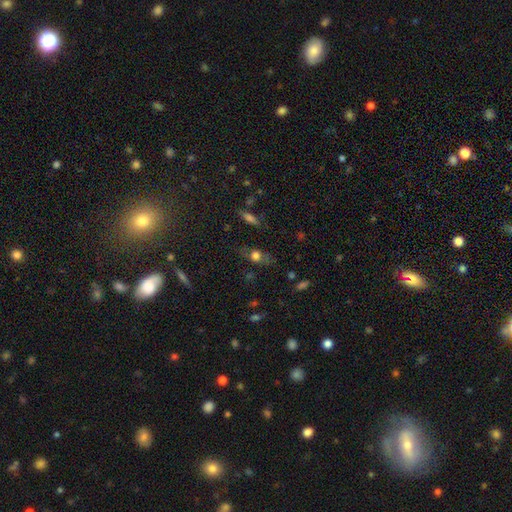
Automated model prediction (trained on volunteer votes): This appears to be a smooth galaxy with no disk features (58%) that is in between round and cigar-shaped (57%). Merging: none (70%).